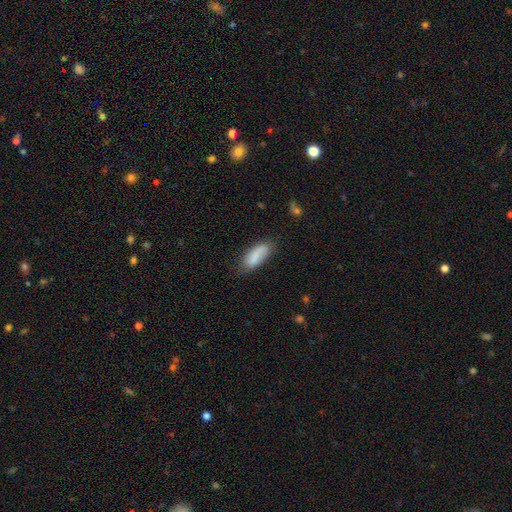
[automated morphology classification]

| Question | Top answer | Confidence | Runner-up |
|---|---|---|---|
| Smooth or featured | smooth | 77% | featured or disk (16%) |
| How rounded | in between | 81% | cigar-shaped (17%) |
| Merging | none | 65% | minor disturbance (25%) |